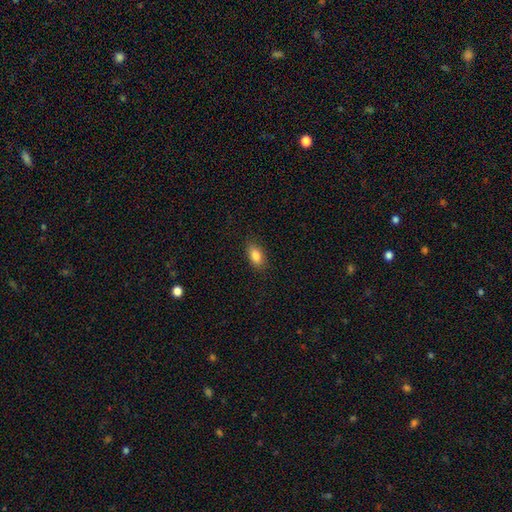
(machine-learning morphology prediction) Q: Smooth or featured?
A: smooth (85%); runner-up: star or artifact (8%)
Q: How rounded?
A: in between (88%); runner-up: round (7%)
Q: Merging?
A: none (84%); runner-up: minor disturbance (12%)